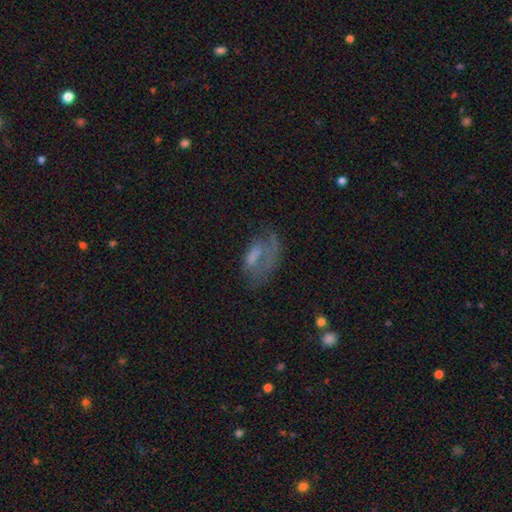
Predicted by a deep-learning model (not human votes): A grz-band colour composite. It shows a featured or disk galaxy (47%). Merging: major disturbance (42%).